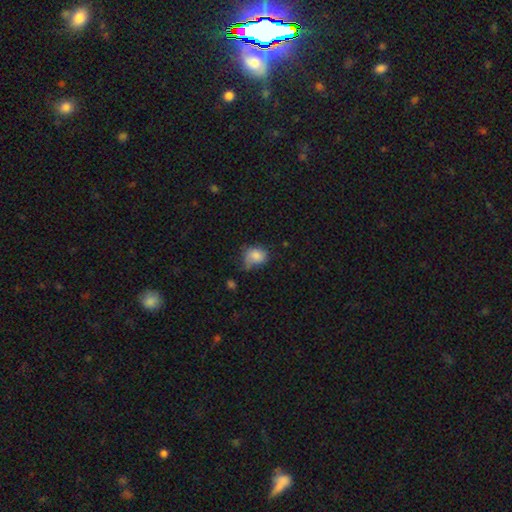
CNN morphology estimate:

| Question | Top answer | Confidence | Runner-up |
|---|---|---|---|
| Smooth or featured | smooth | 81% | star or artifact (10%) |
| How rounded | in between | 52% | round (47%) |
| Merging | none | 41% | minor disturbance (37%) |